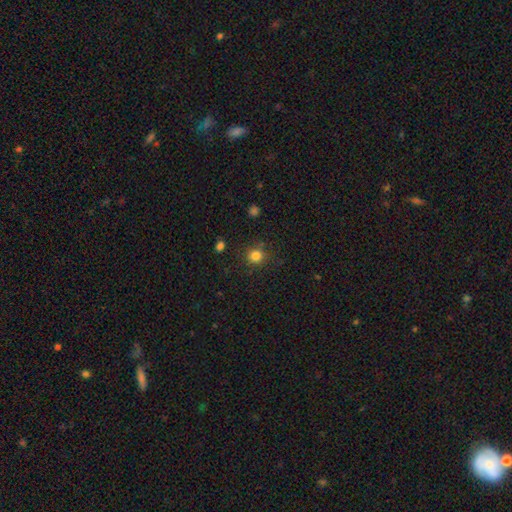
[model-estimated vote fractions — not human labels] A smooth galaxy with no disk features (82%) that is round (90%). Merging: none (84%).